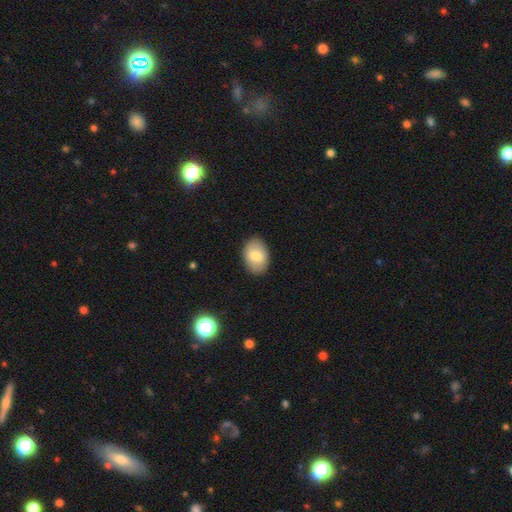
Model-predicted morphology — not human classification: type=smooth (78%); roundness=in between (86%); merging=none (88%).